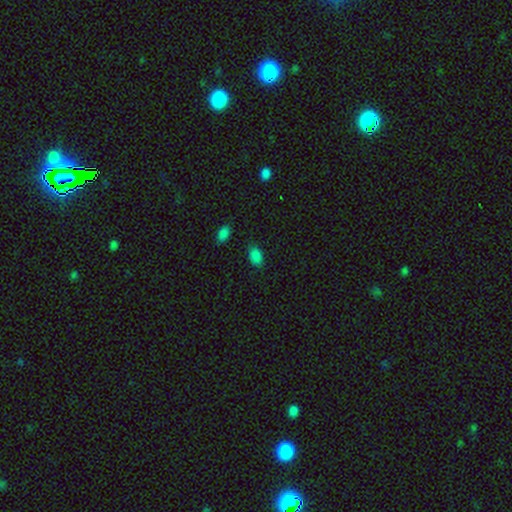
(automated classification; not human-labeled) A smooth galaxy with no disk features (84%) that is in between round and cigar-shaped (89%).

Vote fractions:
- Smooth or featured? smooth: 84% / star or artifact: 13% / featured or disk: 3%
- How rounded? in between: 89% / round: 9% / cigar-shaped: 2%
- Merging? none: 82% / minor disturbance: 13% / major disturbance: 3% / merger: 2%